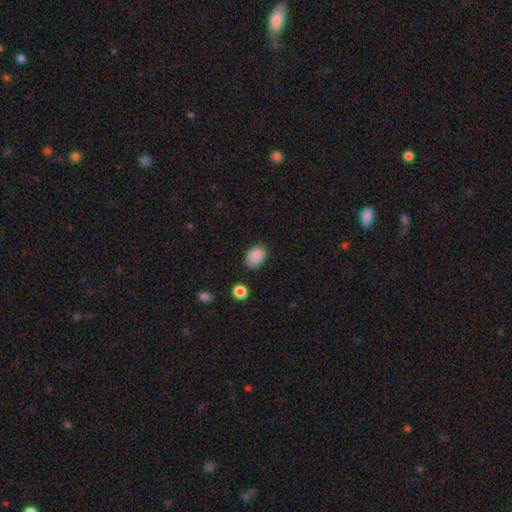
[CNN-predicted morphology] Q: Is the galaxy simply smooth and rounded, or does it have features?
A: smooth — 88%.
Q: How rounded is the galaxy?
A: in between — 80%.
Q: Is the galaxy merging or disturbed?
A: none — 81%.